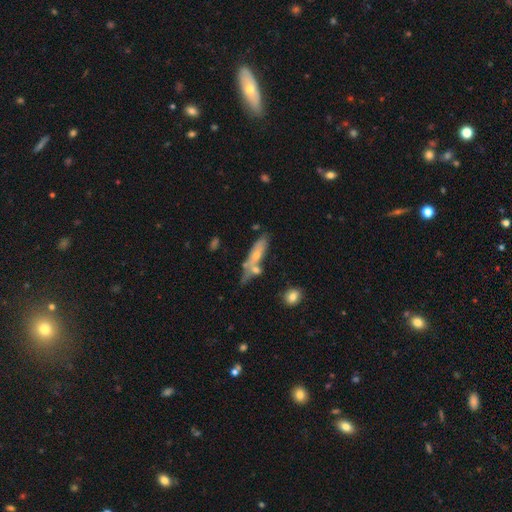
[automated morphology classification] Q: Smooth or featured?
A: smooth (50%); runner-up: featured or disk (41%)
Q: How rounded?
A: cigar-shaped (67%); runner-up: in between (30%)
Q: Merging?
A: none (46%); runner-up: minor disturbance (23%)